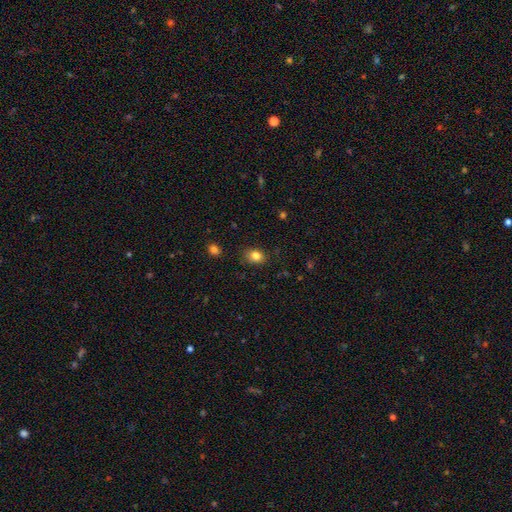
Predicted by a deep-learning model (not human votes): Q: Smooth or featured?
A: smooth (83%); runner-up: star or artifact (11%)
Q: How rounded?
A: in between (62%); runner-up: round (37%)
Q: Merging?
A: none (82%); runner-up: minor disturbance (14%)